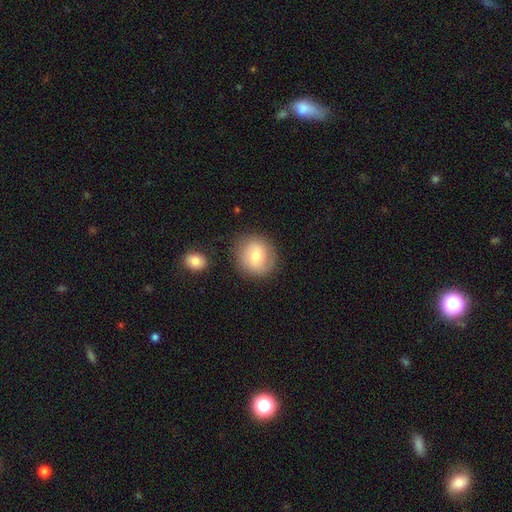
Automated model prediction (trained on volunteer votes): A smooth galaxy with no disk features (69%) that is round (86%).

Vote fractions:
- Smooth or featured? smooth: 69% / featured or disk: 22% / star or artifact: 8%
- How rounded? round: 86% / in between: 13% / cigar-shaped: 1%
- Merging? none: 82% / minor disturbance: 12% / major disturbance: 4% / merger: 3%